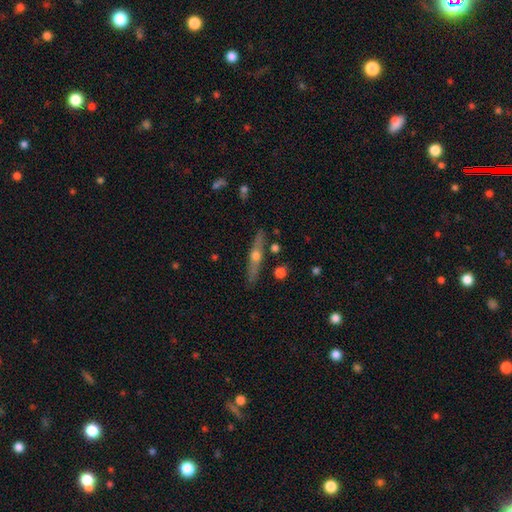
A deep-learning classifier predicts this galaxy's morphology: Overall: featured or disk (71%). Edge-on disk: yes (95%). Edge-on bulge: rounded (92%). Merging: none (87%).